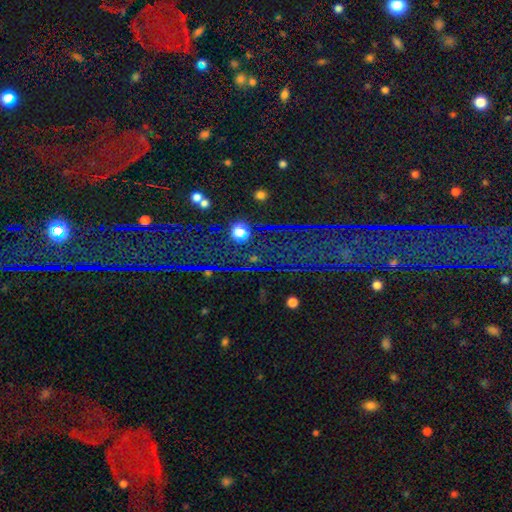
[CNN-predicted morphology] Q: Smooth or featured?
A: star or artifact (84%); runner-up: featured or disk (9%)